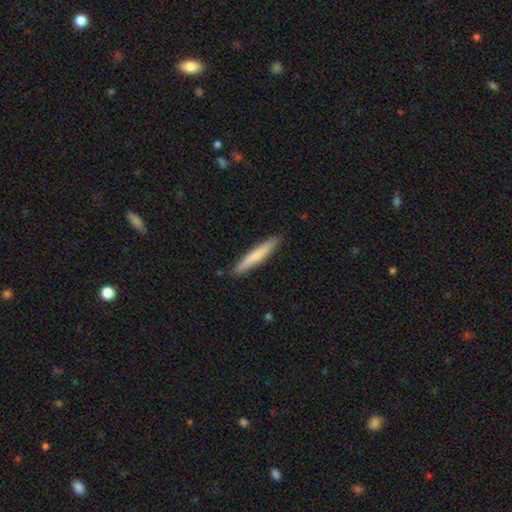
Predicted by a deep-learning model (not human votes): smooth 66%, featured or disk 29%, star or artifact 5%. Down the decision tree: how rounded — cigar-shaped (94%); merging — none (88%).